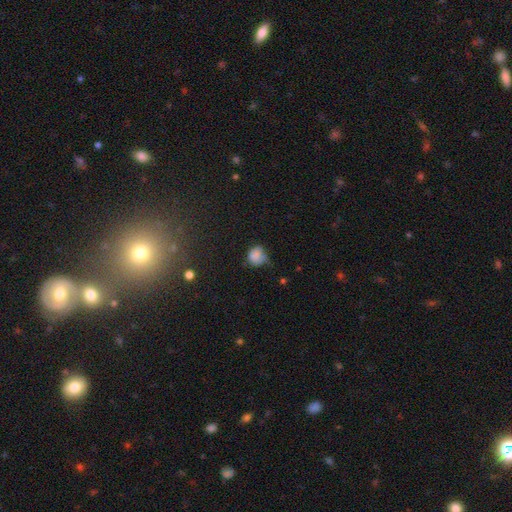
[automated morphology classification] Q: Smooth or featured?
A: smooth (77%); runner-up: star or artifact (11%)
Q: How rounded?
A: round (68%); runner-up: in between (31%)
Q: Merging?
A: minor disturbance (41%); runner-up: none (36%)